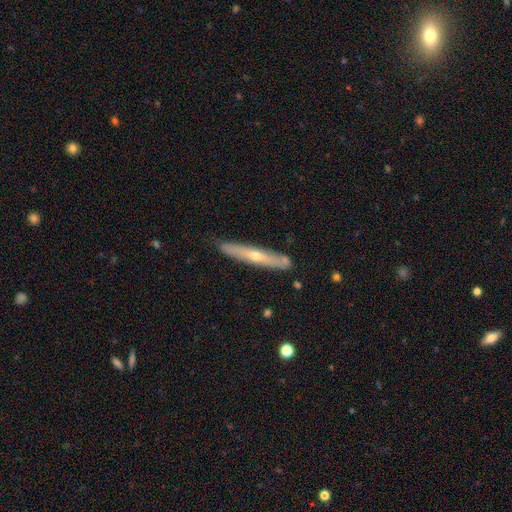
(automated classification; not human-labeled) Smooth or featured? featured or disk (55%)
Edge-on disk? yes (86%)
Merging? none (83%)